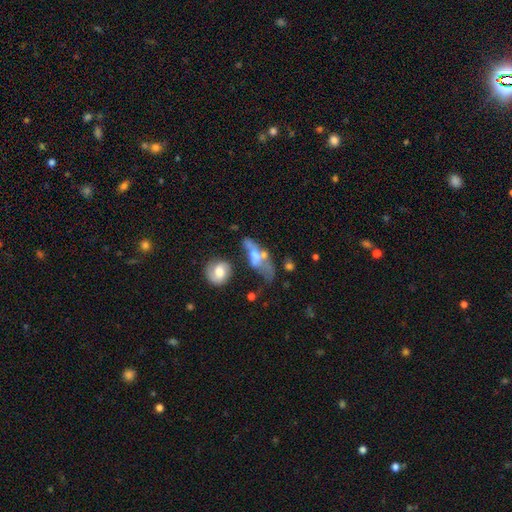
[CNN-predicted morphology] Q: Smooth or featured?
A: smooth (48%); runner-up: featured or disk (43%)
Q: Merging?
A: major disturbance (34%); runner-up: merger (29%)